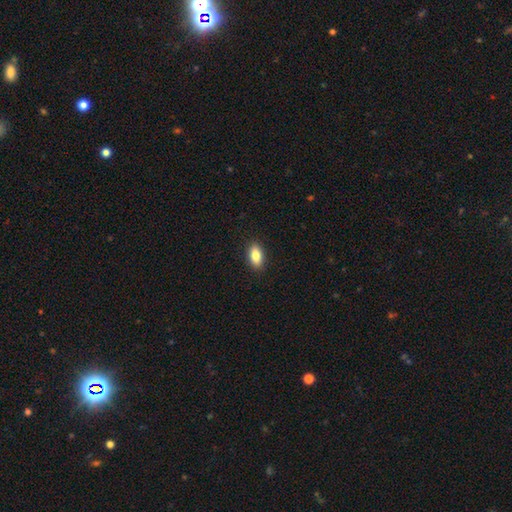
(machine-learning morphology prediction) Smooth or featured?
  - smooth: 84% *
  - featured or disk: 9%
  - star or artifact: 7%
How rounded?
  - in between: 89% *
  - cigar-shaped: 6%
  - round: 5%
Merging?
  - none: 90% *
  - minor disturbance: 7%
  - major disturbance: 2%
  - merger: 1%